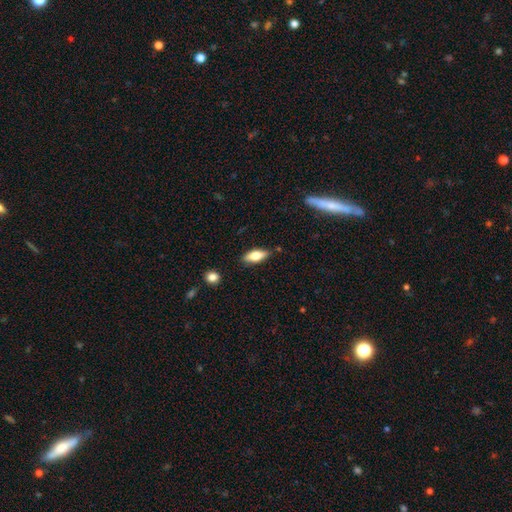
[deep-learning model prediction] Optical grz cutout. It shows a smooth galaxy with no disk features (68%) that is in between round and cigar-shaped (74%). Merging: none (82%).